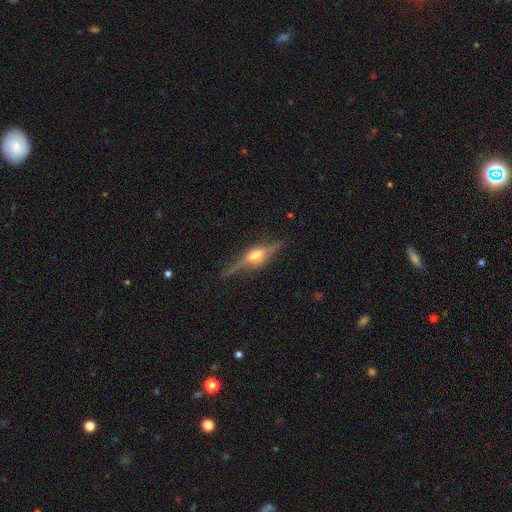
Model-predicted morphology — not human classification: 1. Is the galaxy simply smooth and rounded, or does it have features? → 77% featured or disk, 15% smooth, 8% star or artifact.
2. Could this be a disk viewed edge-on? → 95% yes, 5% no.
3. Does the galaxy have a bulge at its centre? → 88% rounded, 9% boxy, 3% none.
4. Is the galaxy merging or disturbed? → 81% none, 13% minor disturbance, 4% major disturbance, 1% merger.